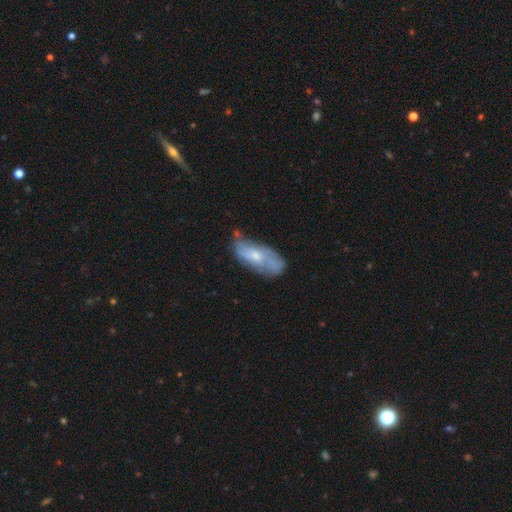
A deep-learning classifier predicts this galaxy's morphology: This is possibly a featured or disk galaxy (52%). It is clearly not viewed edge-on (89%). Merging: possibly none (46%).